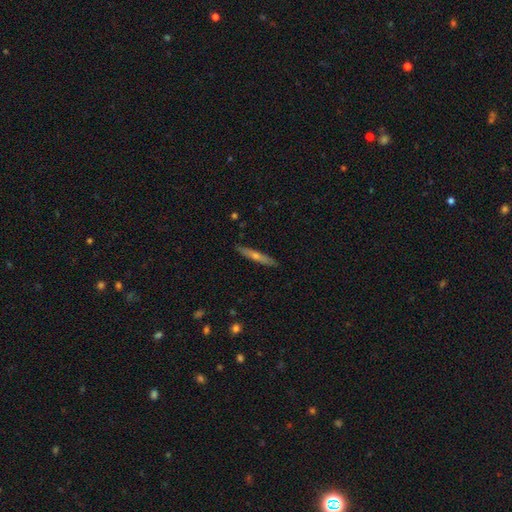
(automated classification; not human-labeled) A featured or disk galaxy (54%) viewed edge-on (93%) with a rounded central bulge (73%). Merging: none (89%).